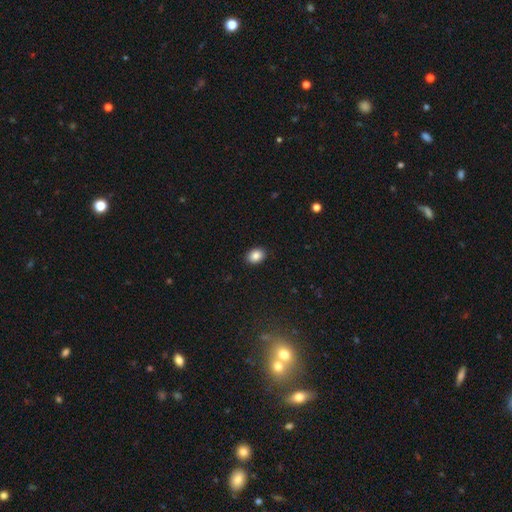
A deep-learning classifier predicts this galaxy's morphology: smooth 86%, star or artifact 9%, featured or disk 5%. Down the decision tree: how rounded — in between (65%); merging — none (90%).